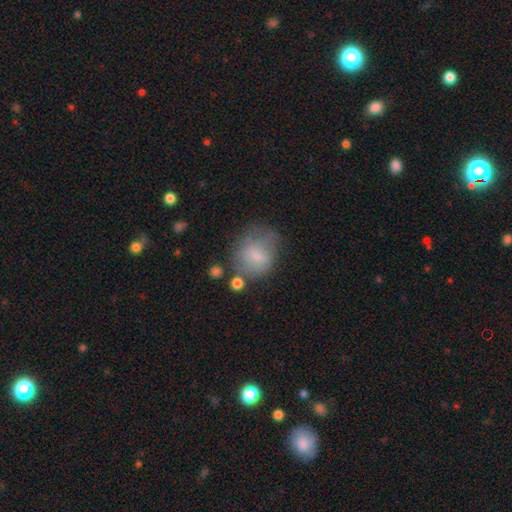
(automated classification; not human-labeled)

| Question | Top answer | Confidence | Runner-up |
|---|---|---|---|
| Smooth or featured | smooth | 70% | featured or disk (21%) |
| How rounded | round | 62% | in between (37%) |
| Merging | none | 47% | minor disturbance (28%) |